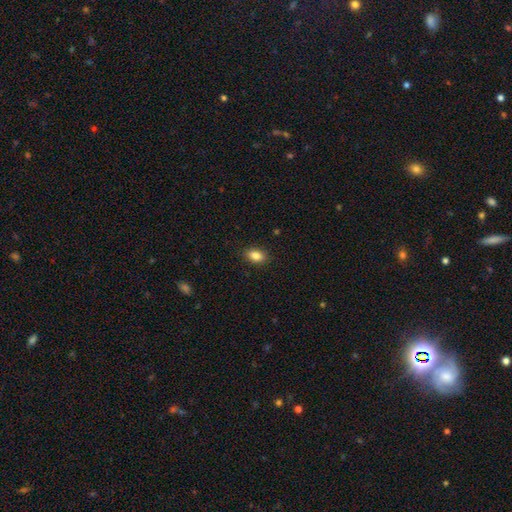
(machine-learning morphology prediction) type=smooth (85%); roundness=in between (87%); merging=none (89%).